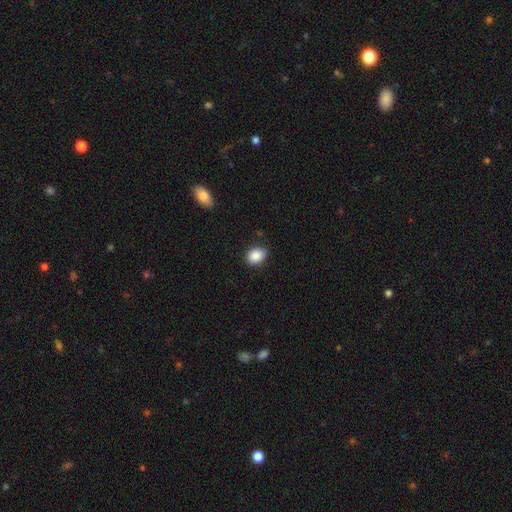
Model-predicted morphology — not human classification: The model was most divided on "how rounded": in between: 60%, round: 39%, cigar-shaped: 1%. More confident: smooth or featured — smooth (88%); merging — none (81%).